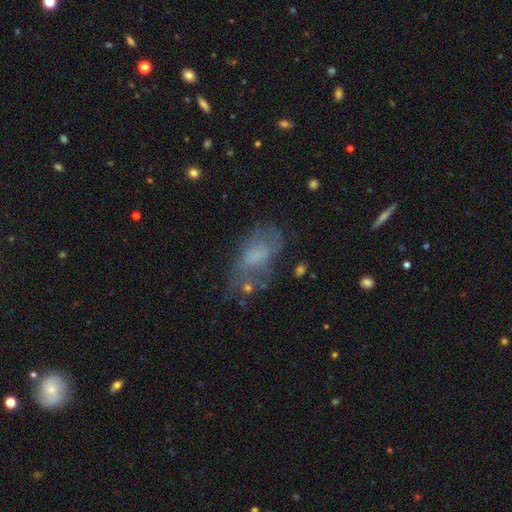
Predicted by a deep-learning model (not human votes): smooth 49%, featured or disk 37%, star or artifact 13%. Down the decision tree: merging — none (51%).